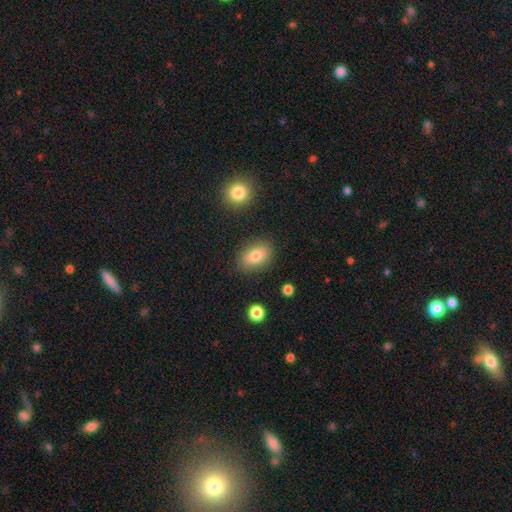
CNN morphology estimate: Smooth or featured?
  - smooth: 78% *
  - featured or disk: 13%
  - star or artifact: 9%
How rounded?
  - in between: 82% *
  - round: 16%
  - cigar-shaped: 2%
Merging?
  - none: 84% *
  - minor disturbance: 11%
  - major disturbance: 3%
  - merger: 2%